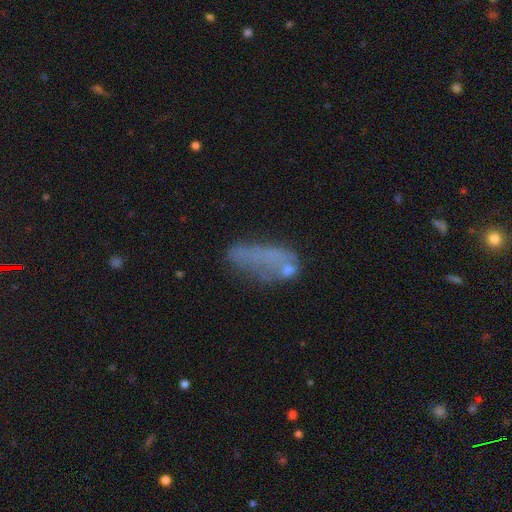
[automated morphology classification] Smooth or featured?
  - smooth: 52% *
  - featured or disk: 31%
  - star or artifact: 17%
How rounded?
  - in between: 67% *
  - cigar-shaped: 28%
  - round: 5%
Merging?
  - none: 36% *
  - major disturbance: 29%
  - minor disturbance: 22%
  - merger: 13%